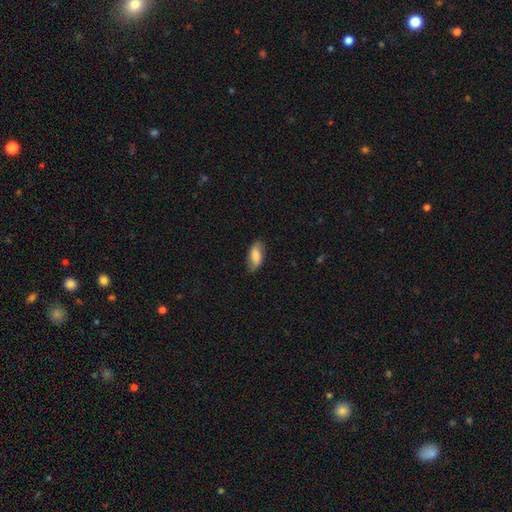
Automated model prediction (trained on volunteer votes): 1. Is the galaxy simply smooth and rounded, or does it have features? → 73% smooth, 20% featured or disk, 7% star or artifact.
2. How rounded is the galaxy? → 87% in between, 10% cigar-shaped, 3% round.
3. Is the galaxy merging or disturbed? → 79% none, 17% minor disturbance, 4% major disturbance, 1% merger.